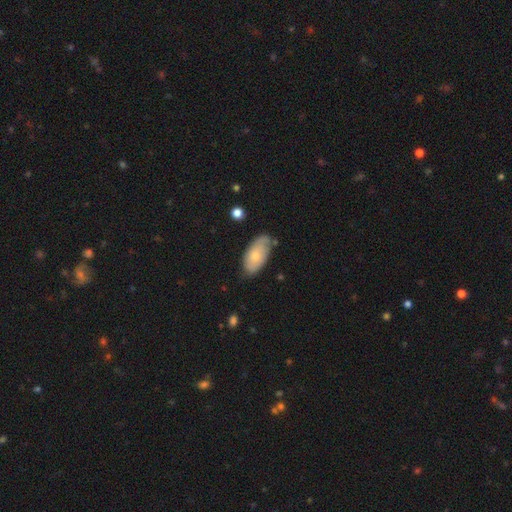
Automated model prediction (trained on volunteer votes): Smooth or featured: smooth — 69% (featured or disk — 25%)
How rounded: in between — 93% (cigar-shaped — 4%)
Merging: none — 67% (minor disturbance — 26%)